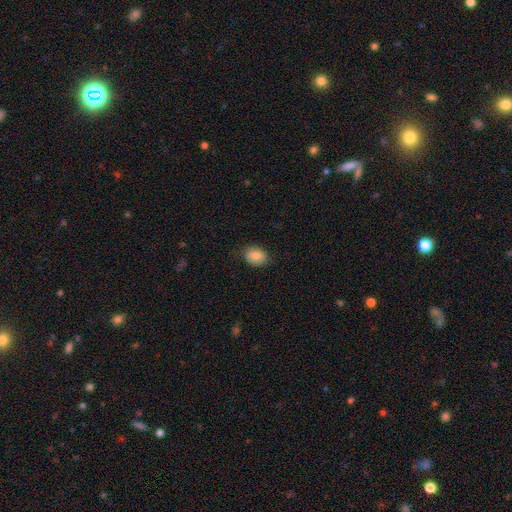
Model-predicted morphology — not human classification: Smooth or featured? smooth (83%)
How rounded? in between (67%)
Merging? none (79%)